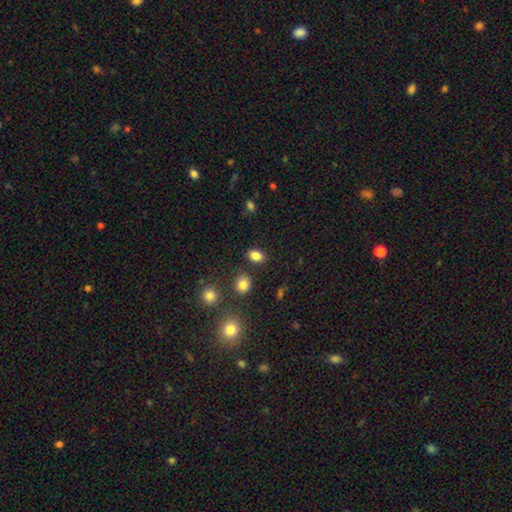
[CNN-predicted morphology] Smooth or featured? smooth (85%)
How rounded? in between (77%)
Merging? none (83%)